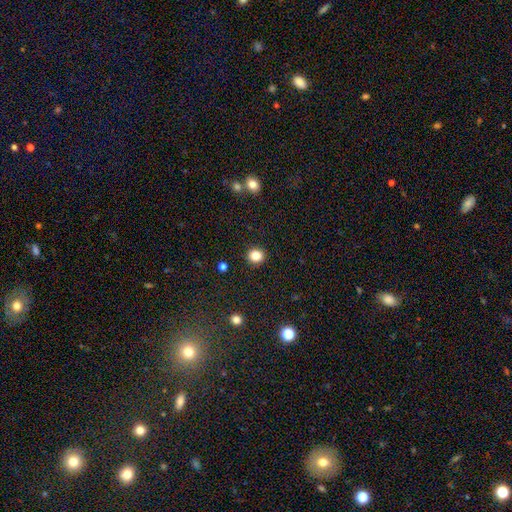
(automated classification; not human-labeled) Smooth or featured?
  - smooth: 84% *
  - star or artifact: 11%
  - featured or disk: 5%
How rounded?
  - round: 88% *
  - in between: 11%
  - cigar-shaped: 1%
Merging?
  - none: 92% *
  - minor disturbance: 5%
  - major disturbance: 2%
  - merger: 1%